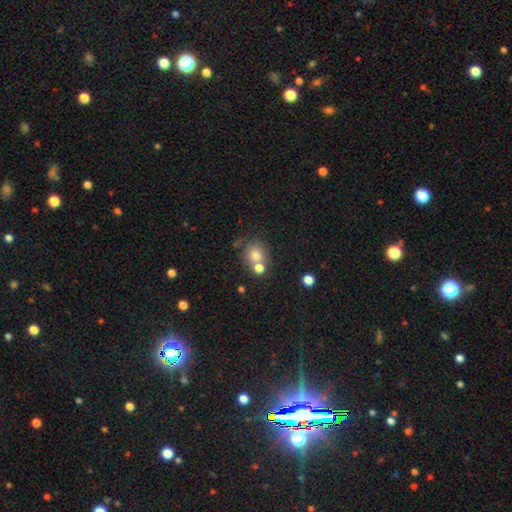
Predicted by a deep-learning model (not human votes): Smooth or featured? smooth (75%)
How rounded? round (80%)
Merging? none (50%)